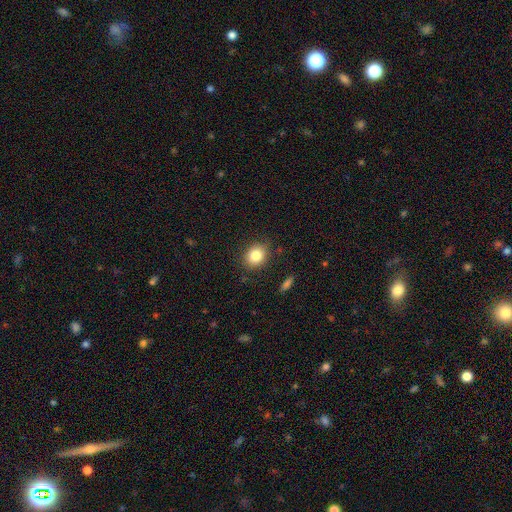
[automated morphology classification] A smooth galaxy with no disk features (82%) that is round (59%). Merging: none (84%).